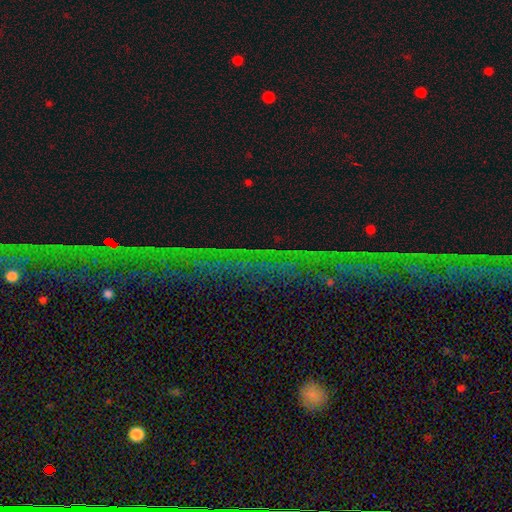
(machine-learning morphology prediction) Smooth or featured? Predicted: star or artifact (p=0.77).